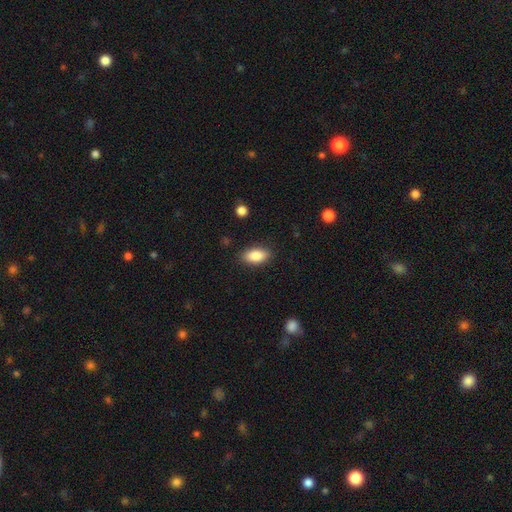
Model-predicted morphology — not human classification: smooth 86%, star or artifact 7%, featured or disk 7%. Down the decision tree: how rounded — in between (90%); merging — none (87%).